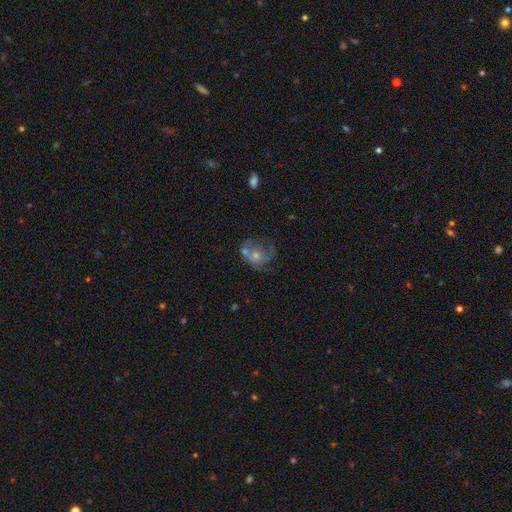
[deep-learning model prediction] smooth-or-featured: featured or disk: 59% | smooth: 27% | star or artifact: 14%
  disk-edge-on: no: 97% | yes: 3%
    bar: no: 84% | weak: 14% | strong: 2%
    has-spiral-arms: yes: 61% | no: 39%
    bulge-size: moderate: 54% | small: 34% | none: 5% | large: 5% | dominant: 2%
  merging: none: 39% | major disturbance: 22% | merger: 21% | minor disturbance: 18%